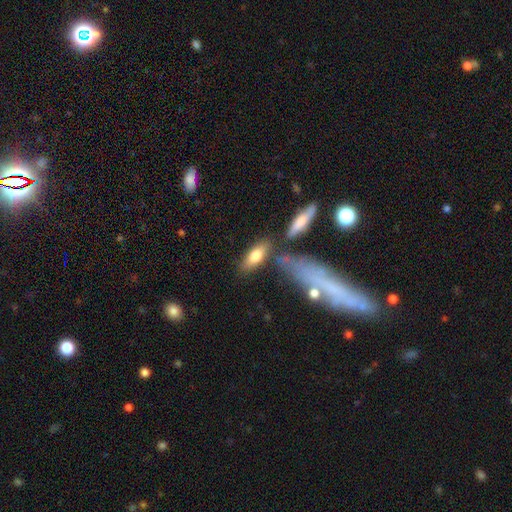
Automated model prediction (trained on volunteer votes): Overall: smooth (72%). How rounded: in between (70%). Merging: none (64%).